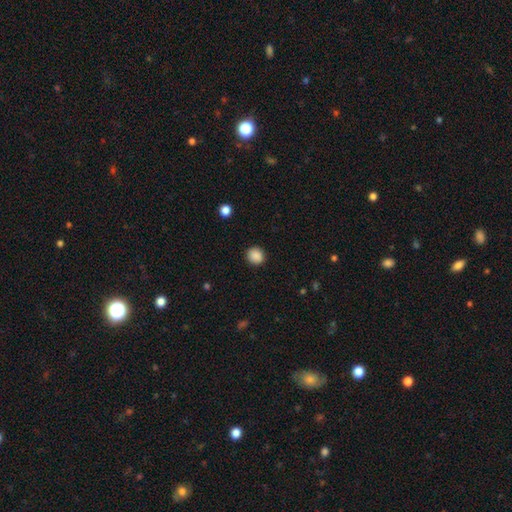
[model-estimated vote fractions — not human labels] smooth 88%, star or artifact 9%, featured or disk 3%. Down the decision tree: how rounded — round (87%); merging — none (90%).